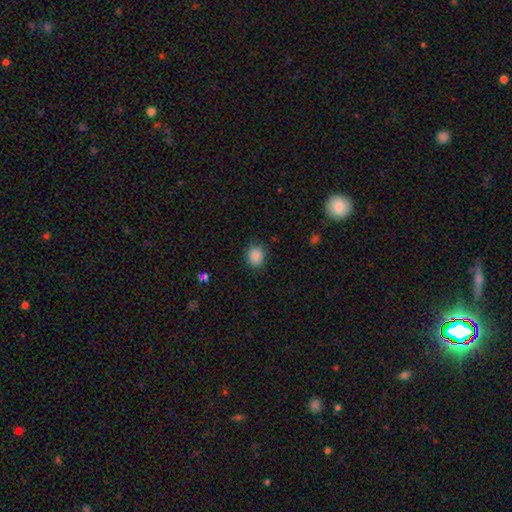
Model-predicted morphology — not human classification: Q: Smooth or featured?
A: smooth (88%); runner-up: star or artifact (9%)
Q: How rounded?
A: round (68%); runner-up: in between (31%)
Q: Merging?
A: none (87%); runner-up: minor disturbance (9%)